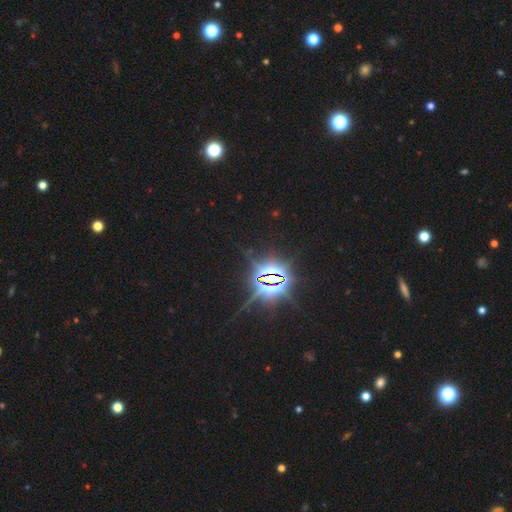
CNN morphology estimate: star or artifact 86%, smooth 9%, featured or disk 5%.